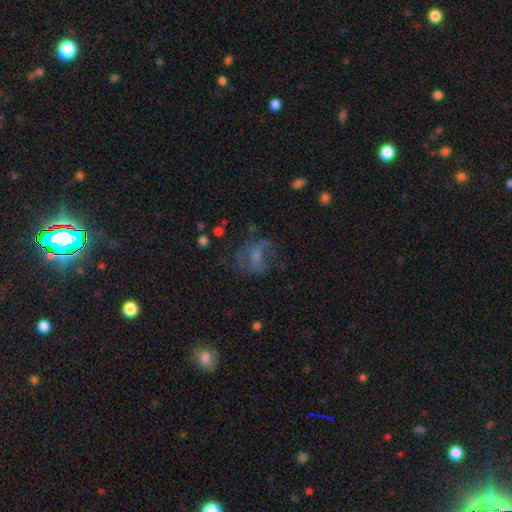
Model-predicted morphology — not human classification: A featured or disk galaxy (48%).

Vote fractions:
- Smooth or featured? featured or disk: 48% / smooth: 37% / star or artifact: 15%
- Merging? none: 44% / major disturbance: 34% / minor disturbance: 20% / merger: 3%